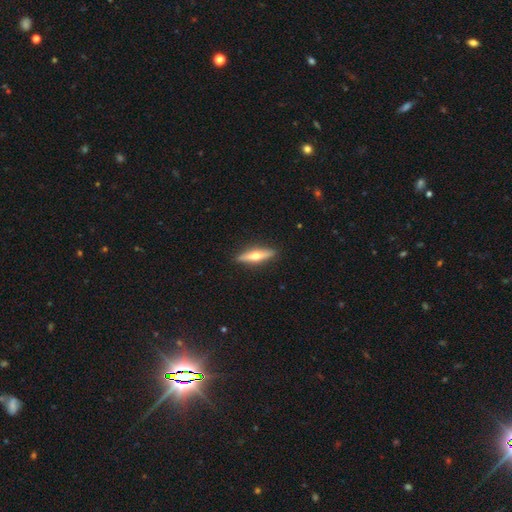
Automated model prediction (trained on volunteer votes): This is possibly a featured or disk galaxy (58%). It is clearly viewed edge-on (94%). Edge-on bulge: clearly rounded (94%). Merging: clearly none (90%).